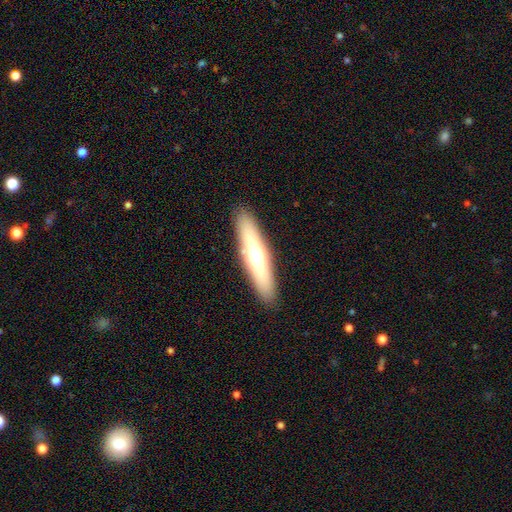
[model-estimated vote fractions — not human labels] Overall: smooth (54%; featured or disk 39%). How rounded: cigar-shaped (77%). Merging: none (89%).